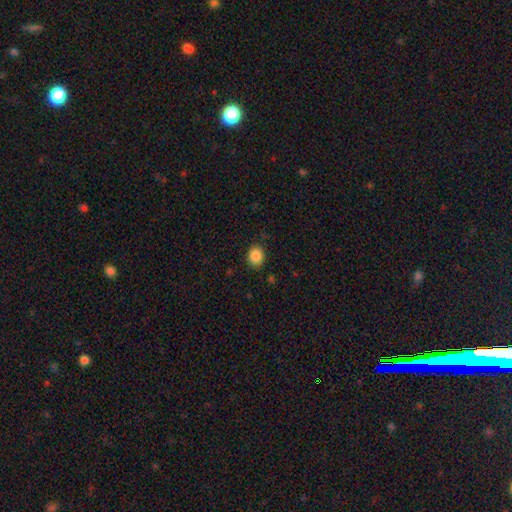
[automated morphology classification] Smooth or featured?
  - smooth: 87% *
  - star or artifact: 9%
  - featured or disk: 4%
How rounded?
  - round: 55% *
  - in between: 44%
  - cigar-shaped: 1%
Merging?
  - none: 86% *
  - minor disturbance: 11%
  - major disturbance: 3%
  - merger: 1%